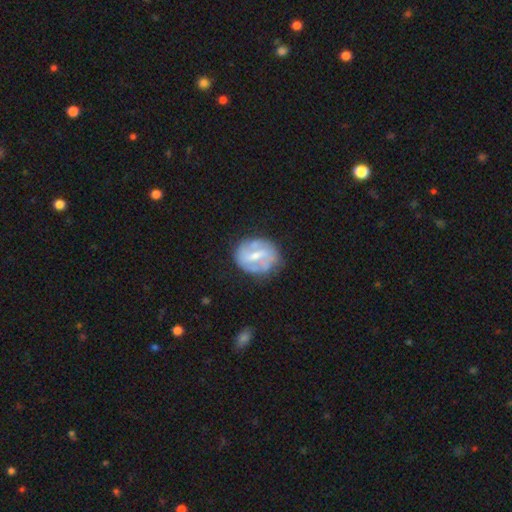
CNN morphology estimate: Smooth or featured?
  - featured or disk: 65% *
  - smooth: 29%
  - star or artifact: 6%
Edge-on disk?
  - no: 97% *
  - yes: 3%
Bar?
  - weak: 48% *
  - strong: 35%
  - no: 17%
Spiral arms?
  - yes: 62% *
  - no: 38%
Bulge size?
  - moderate: 44% * (tied)
  - small: 44% * (tied)
  - none: 8%
  - large: 3%
  - dominant: 1%
Merging?
  - none: 65% *
  - minor disturbance: 23%
  - major disturbance: 9%
  - merger: 2%